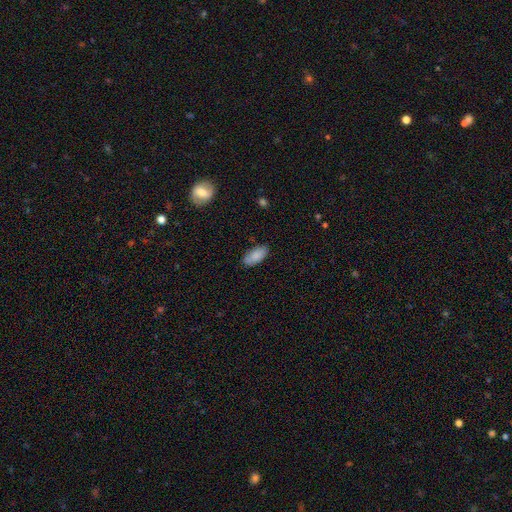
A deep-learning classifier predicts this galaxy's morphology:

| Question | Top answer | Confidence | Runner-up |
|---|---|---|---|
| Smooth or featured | smooth | 87% | featured or disk (7%) |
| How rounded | in between | 90% | cigar-shaped (8%) |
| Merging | none | 84% | minor disturbance (12%) |